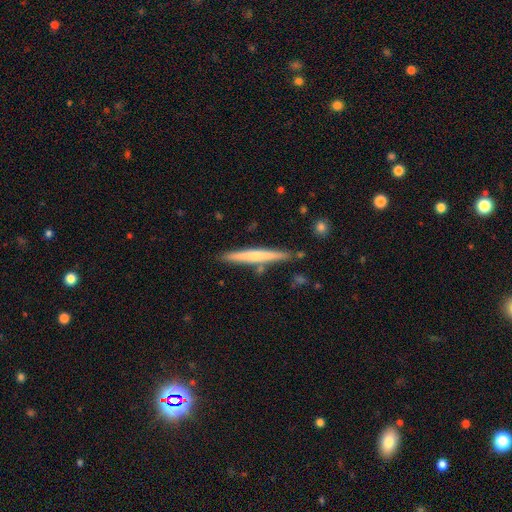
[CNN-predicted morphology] A featured or disk galaxy (53%) viewed edge-on (97%) with a rounded central bulge (57%).

Vote fractions:
- Smooth or featured? featured or disk: 53% / smooth: 41% / star or artifact: 6%
- Edge-on disk? yes: 97% / no: 3%
- Edge-on bulge? rounded: 57% / none: 38% / boxy: 5%
- Merging? none: 85% / minor disturbance: 10% / merger: 4% / major disturbance: 2%